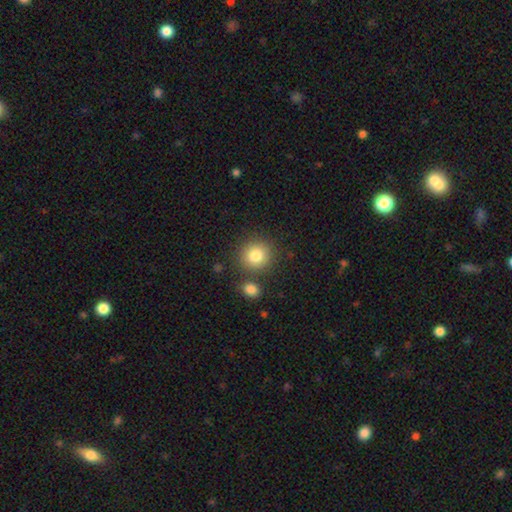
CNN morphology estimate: The model was most divided on "merging": none: 78%, merger: 10%, minor disturbance: 8%, major disturbance: 3%. More confident: how rounded — round (87%); smooth or featured — smooth (83%).